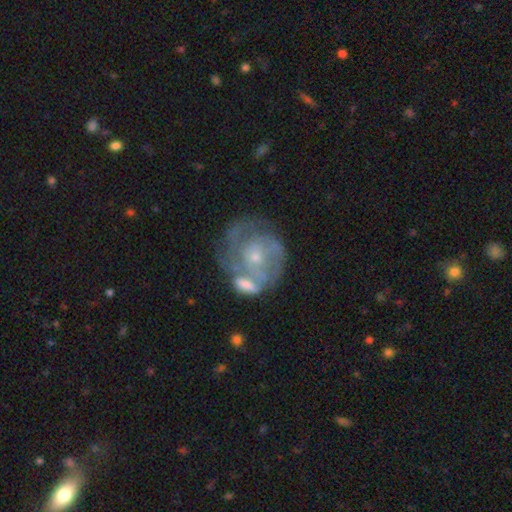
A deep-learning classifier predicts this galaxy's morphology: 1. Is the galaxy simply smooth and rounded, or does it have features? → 70% featured or disk, 24% smooth, 7% star or artifact.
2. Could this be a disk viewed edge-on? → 97% no, 3% yes.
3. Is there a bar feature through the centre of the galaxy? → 77% no, 19% weak, 4% strong.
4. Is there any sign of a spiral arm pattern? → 72% yes, 28% no.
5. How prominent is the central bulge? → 69% small, 24% moderate, 4% none, 2% large, 1% dominant.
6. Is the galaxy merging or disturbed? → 34% none, 33% merger, 17% minor disturbance, 16% major disturbance.